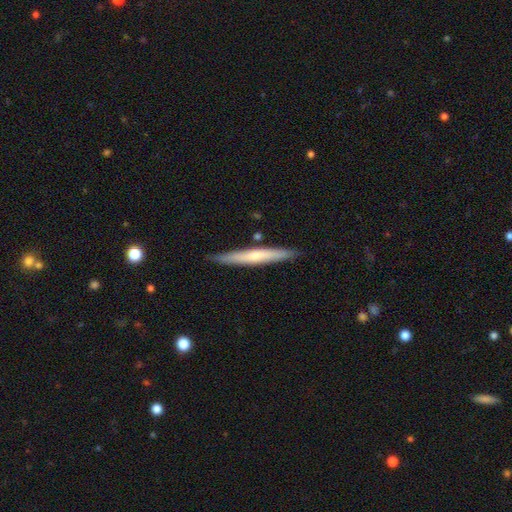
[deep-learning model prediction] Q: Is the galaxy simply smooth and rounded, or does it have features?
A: smooth — 49%.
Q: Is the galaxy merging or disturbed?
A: none — 87%.